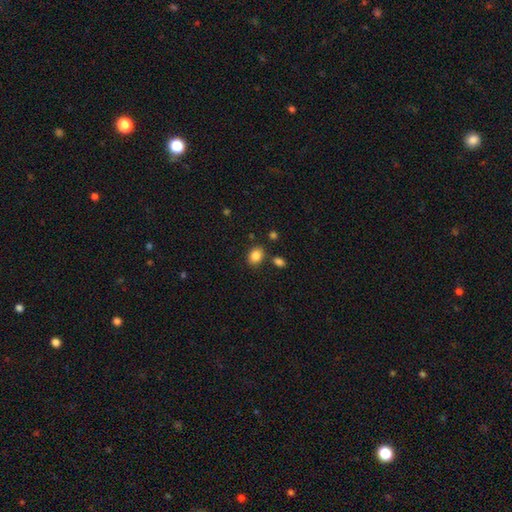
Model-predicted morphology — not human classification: type=smooth (85%); roundness=in between (59%); merging=none (79%).